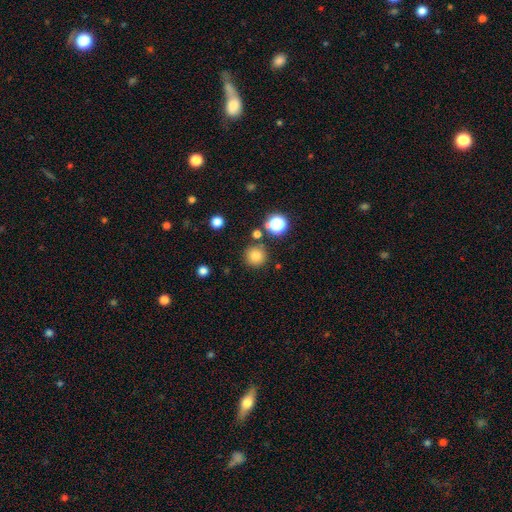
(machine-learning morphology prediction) Smooth or featured?
  - smooth: 80% *
  - star or artifact: 15%
  - featured or disk: 5%
How rounded?
  - round: 95% *
  - in between: 4%
  - cigar-shaped: 1%
Merging?
  - none: 86% *
  - minor disturbance: 7%
  - merger: 5%
  - major disturbance: 3%